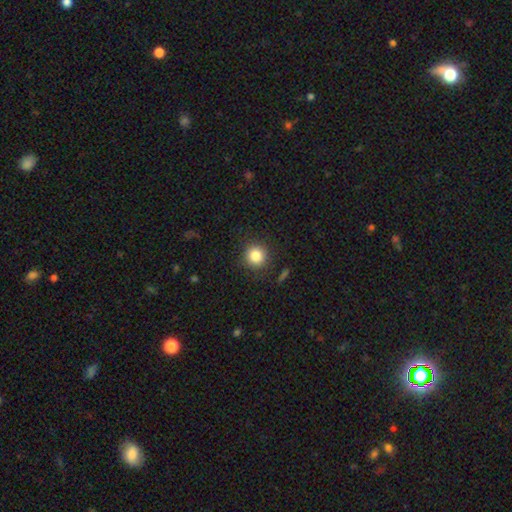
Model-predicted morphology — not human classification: type=smooth (84%); roundness=round (93%); merging=none (89%).